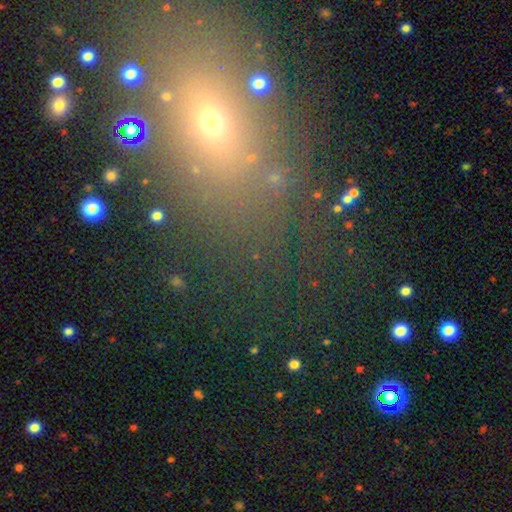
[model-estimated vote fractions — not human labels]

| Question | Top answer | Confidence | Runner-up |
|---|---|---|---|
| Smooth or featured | smooth | 43% | star or artifact (42%) |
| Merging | none | 72% | minor disturbance (13%) |